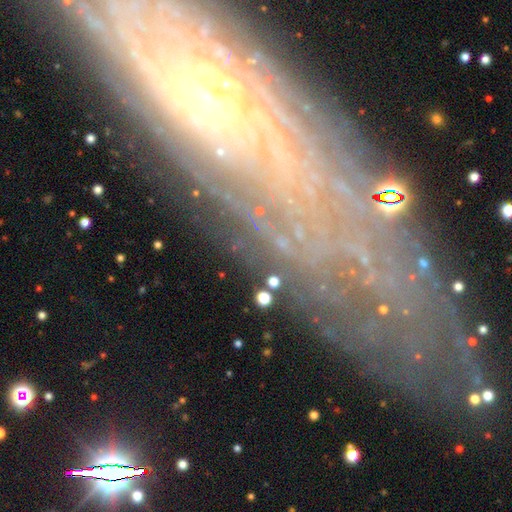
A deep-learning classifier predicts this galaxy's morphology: This is likely a featured or disk galaxy (60%). It is likely not viewed edge-on (78%). Merging: likely none (78%).